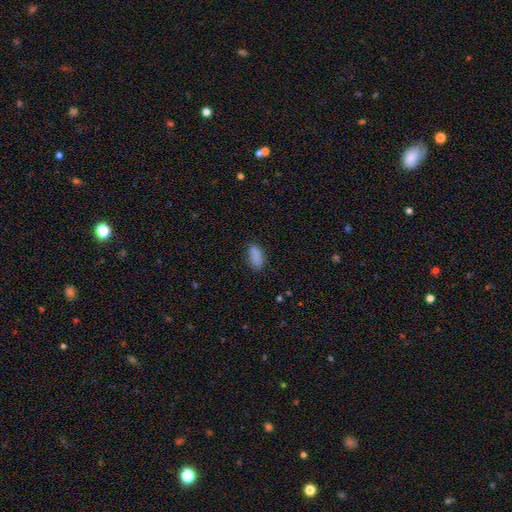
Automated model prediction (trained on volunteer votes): The model was most divided on "merging": none: 78%, minor disturbance: 16%, major disturbance: 4%, merger: 2%. More confident: how rounded — in between (87%); smooth or featured — smooth (86%).